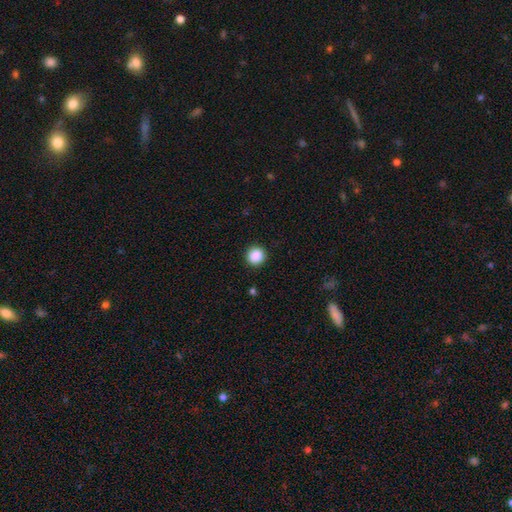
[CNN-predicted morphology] This appears to be a smooth galaxy with no disk features (88%) that is round (94%). Merging: none (92%).